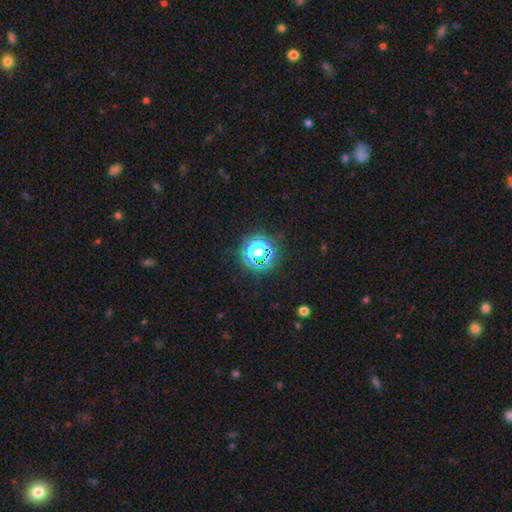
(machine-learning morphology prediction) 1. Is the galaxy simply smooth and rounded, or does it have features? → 65% star or artifact, 27% smooth, 8% featured or disk.